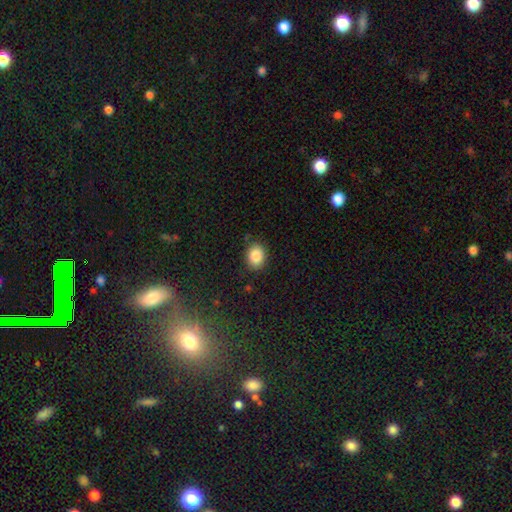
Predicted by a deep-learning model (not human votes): smooth-or-featured: smooth: 87% | star or artifact: 9% | featured or disk: 5%
  how-rounded: in between: 58% | round: 41% | cigar-shaped: 1%
  merging: none: 85% | minor disturbance: 11% | major disturbance: 3% | merger: 2%